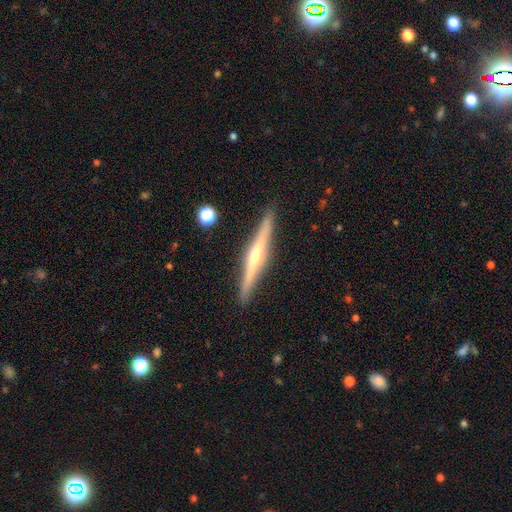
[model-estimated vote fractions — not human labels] Smooth or featured? featured or disk (75%)
Edge-on disk? yes (98%)
Edge-on bulge? rounded (83%)
Merging? none (91%)